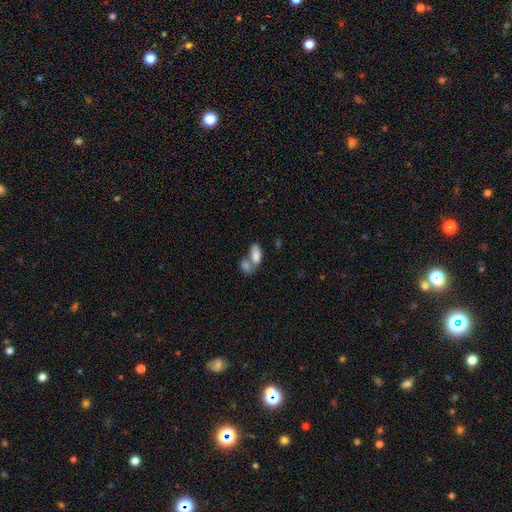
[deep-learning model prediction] Morphology: type=smooth (83%); roundness=in between (92%); merging=merger (61%).